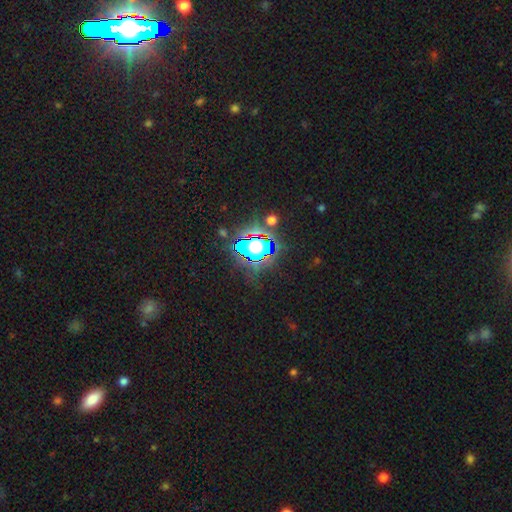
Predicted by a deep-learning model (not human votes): smooth_or_featured: star or artifact (p=0.78) [alt: smooth p=0.13]